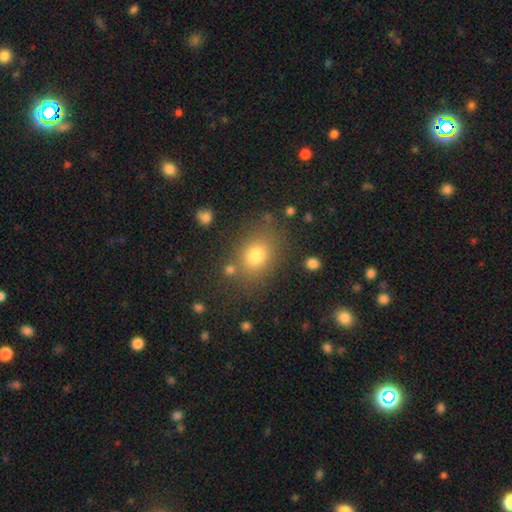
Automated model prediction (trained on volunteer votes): Overall: smooth (75%). How rounded: in between (55%; round 43%). Merging: none (77%).